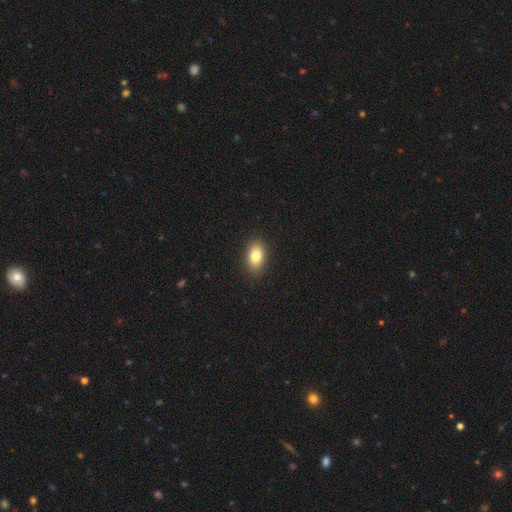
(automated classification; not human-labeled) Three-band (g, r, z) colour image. It shows a smooth galaxy with no disk features (83%) that is in between round and cigar-shaped (86%). Merging: none (88%).